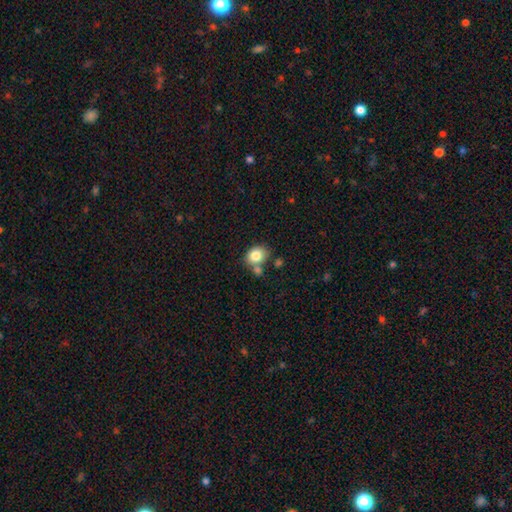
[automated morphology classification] smooth-or-featured: smooth: 81% | featured or disk: 10% | star or artifact: 9%
  how-rounded: in between: 51% | round: 48% | cigar-shaped: 1%
  merging: none: 56% | merger: 24% | minor disturbance: 15% | major disturbance: 5%